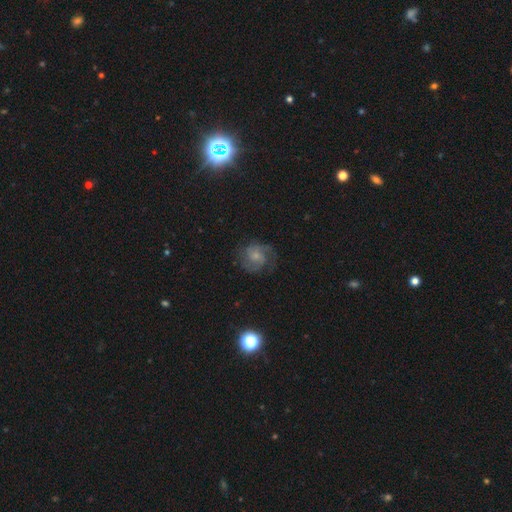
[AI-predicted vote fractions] Smooth or featured: featured or disk — 65% (smooth — 27%)
Edge-on disk: no — 98% (yes — 2%)
Bar: no — 65% (weak — 30%)
Spiral arms: yes — 91% (no — 9%)
Spiral winding: medium — 47% (tight — 34%)
Spiral arm count: 2 — 62% (can't tell — 17%)
Bulge size: small — 46% (moderate — 33%)
Merging: none — 68% (minor disturbance — 19%)